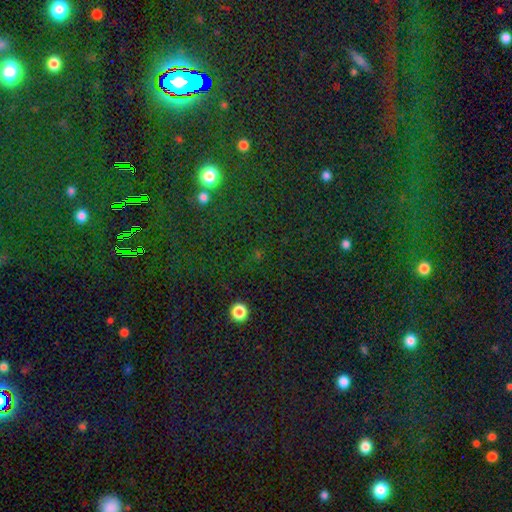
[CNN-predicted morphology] smooth-or-featured: star or artifact: 68% | smooth: 24% | featured or disk: 8%